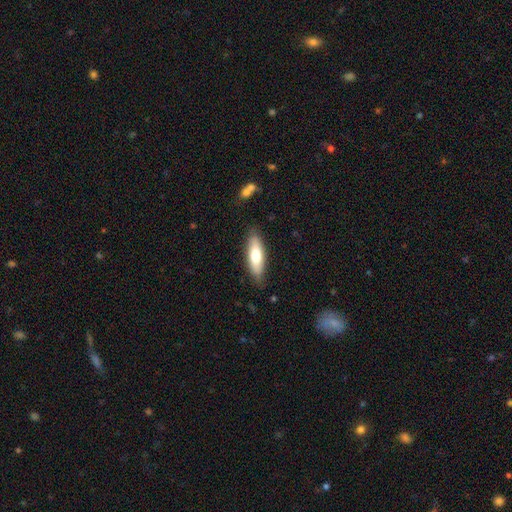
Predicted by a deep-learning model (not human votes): Overall: smooth (71%). How rounded: in between (49%, tied with cigar-shaped). Merging: none (83%).